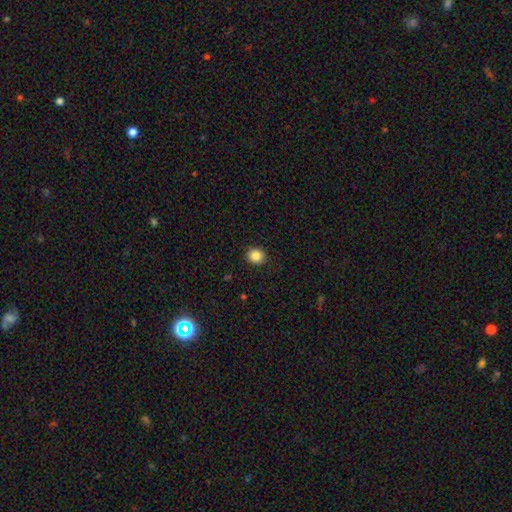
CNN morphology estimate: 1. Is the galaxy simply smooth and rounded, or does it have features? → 86% smooth, 10% star or artifact, 4% featured or disk.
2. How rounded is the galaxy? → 81% round, 19% in between, 1% cigar-shaped.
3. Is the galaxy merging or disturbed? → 91% none, 6% minor disturbance, 2% major disturbance, 1% merger.